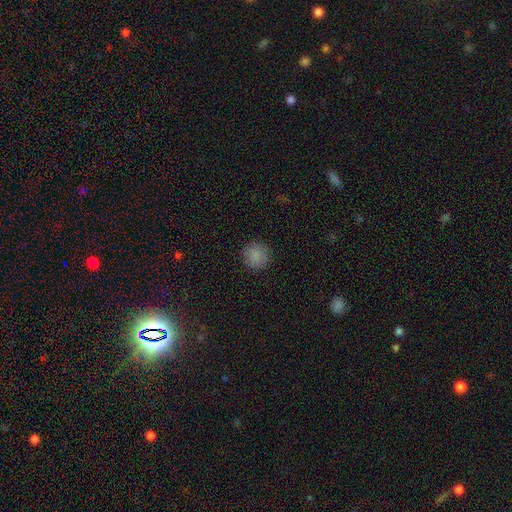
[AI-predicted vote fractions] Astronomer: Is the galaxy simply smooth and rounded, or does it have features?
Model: smooth — 87%.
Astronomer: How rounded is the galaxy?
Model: round — 94%.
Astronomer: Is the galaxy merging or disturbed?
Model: none — 91%.